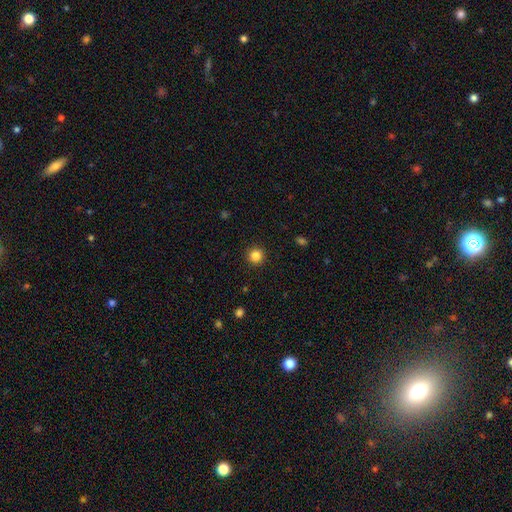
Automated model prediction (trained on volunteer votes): A smooth galaxy with no disk features (85%) that is round (95%).

Vote fractions:
- Smooth or featured? smooth: 85% / star or artifact: 11% / featured or disk: 4%
- How rounded? round: 95% / in between: 4% / cigar-shaped: 1%
- Merging? none: 92% / minor disturbance: 5% / major disturbance: 2% / merger: 1%